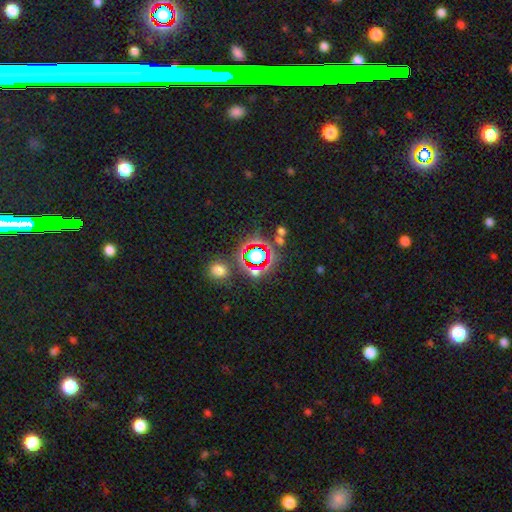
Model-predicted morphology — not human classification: smooth-or-featured: star or artifact: 64% | smooth: 23% | featured or disk: 13%